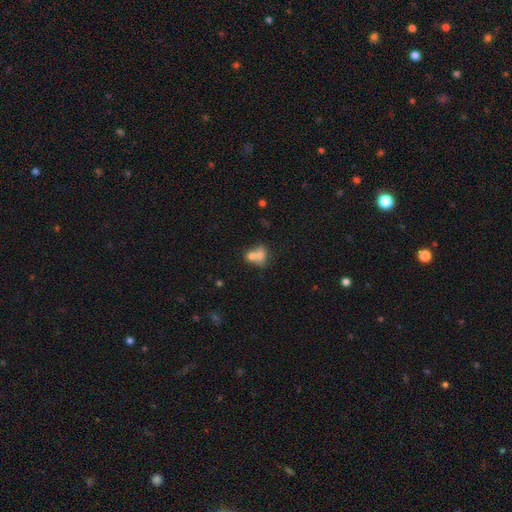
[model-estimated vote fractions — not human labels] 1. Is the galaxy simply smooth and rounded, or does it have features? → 71% smooth, 19% featured or disk, 10% star or artifact.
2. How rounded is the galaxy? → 52% in between, 46% round, 2% cigar-shaped.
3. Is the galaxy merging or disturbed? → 65% merger, 23% none, 7% minor disturbance, 4% major disturbance.